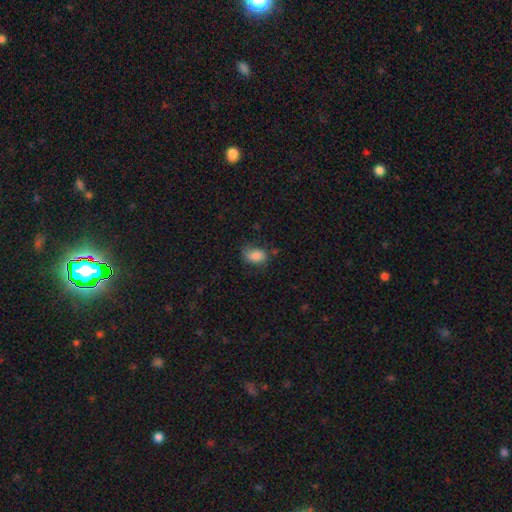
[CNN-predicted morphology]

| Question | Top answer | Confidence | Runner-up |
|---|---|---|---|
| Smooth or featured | smooth | 81% | featured or disk (10%) |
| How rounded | in between | 79% | round (20%) |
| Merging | none | 64% | minor disturbance (26%) |